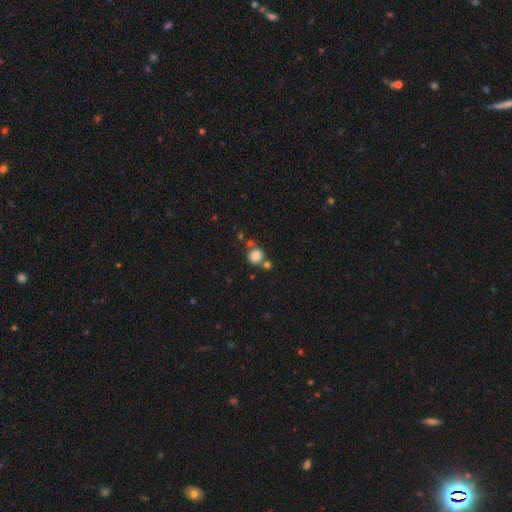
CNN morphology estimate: This appears to be a smooth galaxy with no disk features (81%) that is round (88%). Merging: none (68%).